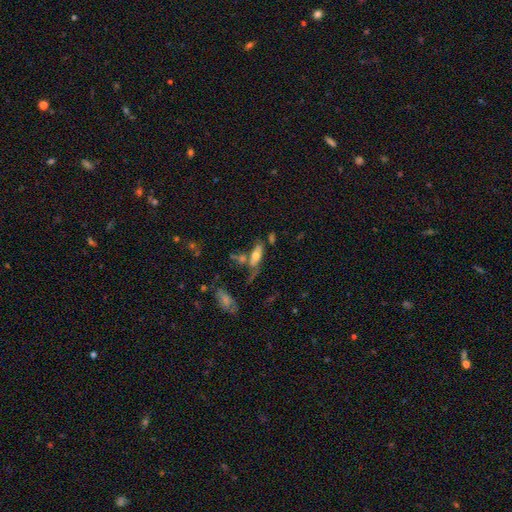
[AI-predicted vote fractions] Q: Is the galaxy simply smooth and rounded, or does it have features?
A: smooth — 53%.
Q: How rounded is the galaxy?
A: in between — 69%.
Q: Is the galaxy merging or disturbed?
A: none — 34%.